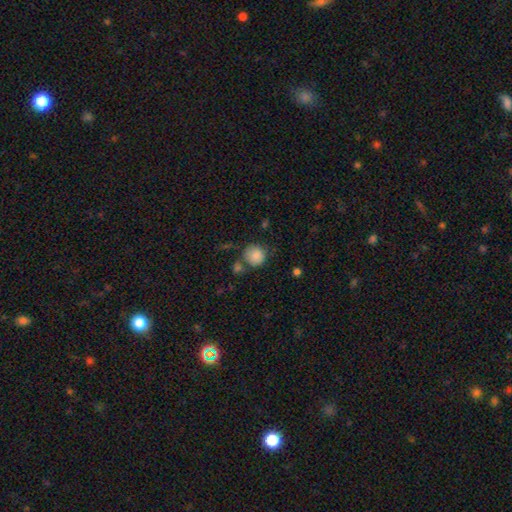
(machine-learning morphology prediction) Smooth or featured: smooth — 85% (star or artifact — 9%)
How rounded: round — 89% (in between — 11%)
Merging: none — 67% (minor disturbance — 16%)